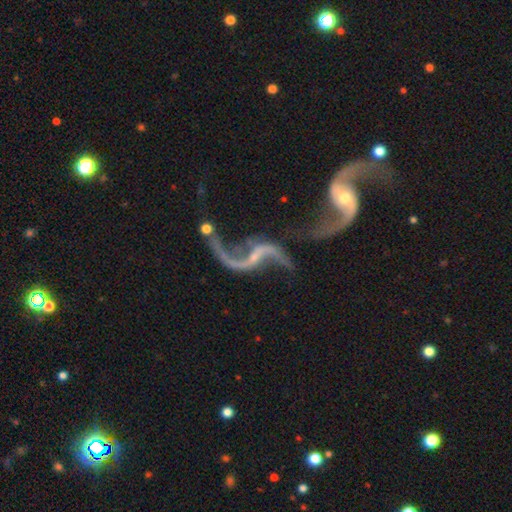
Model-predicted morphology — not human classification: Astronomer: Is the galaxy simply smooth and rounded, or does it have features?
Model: featured or disk — 90%.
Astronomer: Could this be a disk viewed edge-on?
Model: no — 96%.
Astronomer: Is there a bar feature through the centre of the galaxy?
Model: weak — 38% (runner-up: no, 37%).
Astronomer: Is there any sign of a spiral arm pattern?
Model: yes — 94%.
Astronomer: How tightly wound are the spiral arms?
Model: loose — 92%.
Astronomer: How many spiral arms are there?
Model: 2 — 92%.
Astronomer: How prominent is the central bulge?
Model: small — 62%.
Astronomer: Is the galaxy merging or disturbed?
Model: none — 35% (runner-up: merger, 33%).